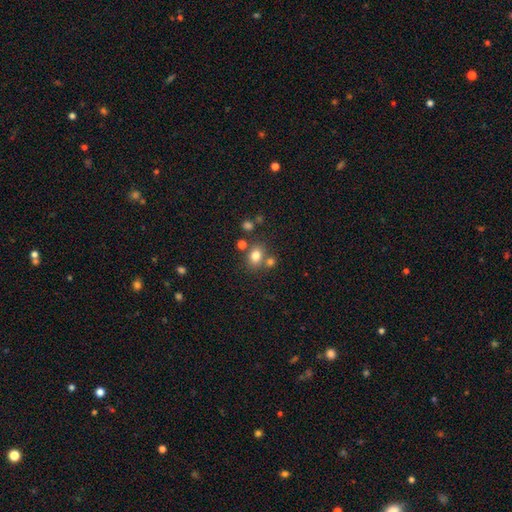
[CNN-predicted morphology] type=smooth (78%); roundness=round (50%); merging=none (65%).